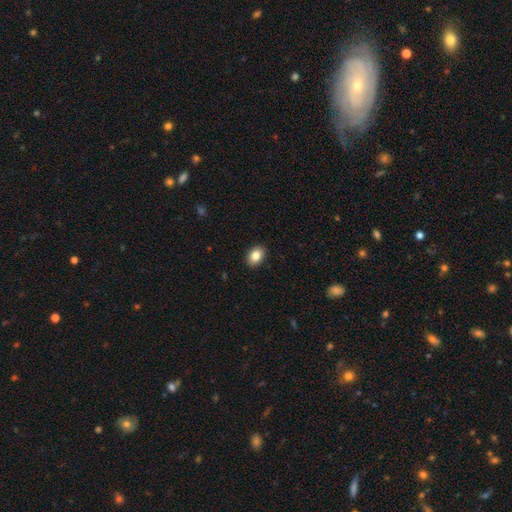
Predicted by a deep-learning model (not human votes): Smooth or featured? Predicted: smooth (p=0.85). How rounded? Predicted: in between (p=0.76). Merging? Predicted: none (p=0.90).